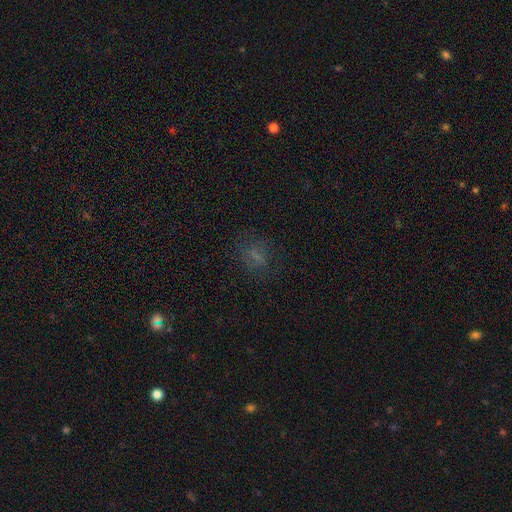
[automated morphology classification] Overall: smooth (51%; star or artifact 29%). How rounded: in between (53%; round 40%). Merging: none (72%).